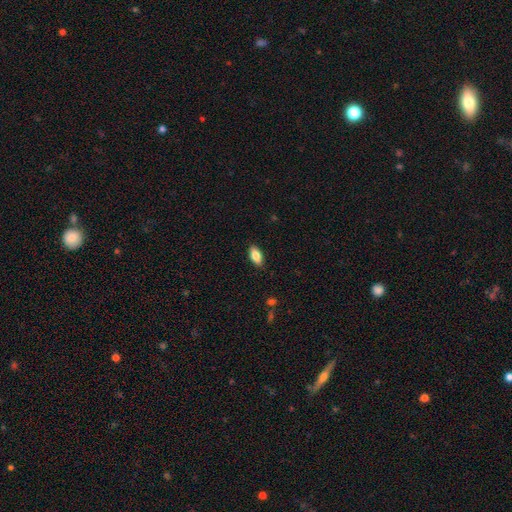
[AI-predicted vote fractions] A smooth galaxy with no disk features (83%) that is in between round and cigar-shaped (89%).

Vote fractions:
- Smooth or featured? smooth: 83% / featured or disk: 11% / star or artifact: 7%
- How rounded? in between: 89% / cigar-shaped: 8% / round: 3%
- Merging? none: 88% / minor disturbance: 9% / major disturbance: 2% / merger: 1%